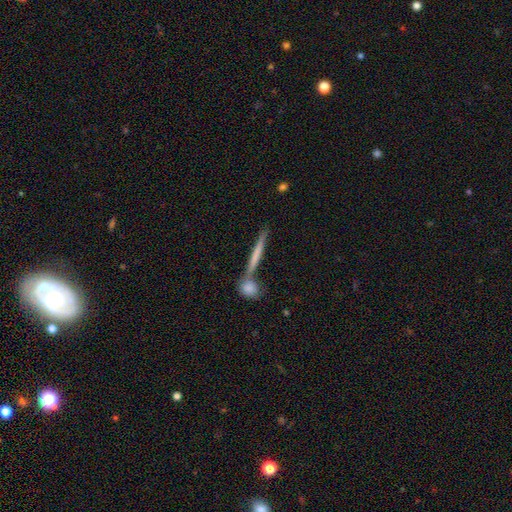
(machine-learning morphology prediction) Smooth or featured? Predicted: featured or disk (p=0.47). Merging? Predicted: none (p=0.60).